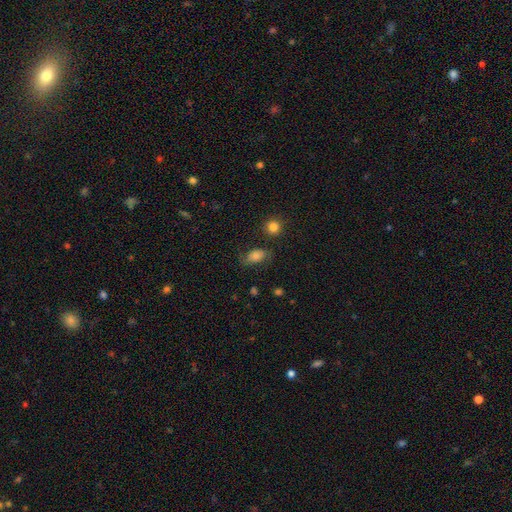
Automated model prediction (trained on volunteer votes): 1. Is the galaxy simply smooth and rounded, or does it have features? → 61% smooth, 28% featured or disk, 11% star or artifact.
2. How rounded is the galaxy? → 83% in between, 14% round, 3% cigar-shaped.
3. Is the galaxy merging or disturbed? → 64% none, 22% minor disturbance, 12% major disturbance, 3% merger.